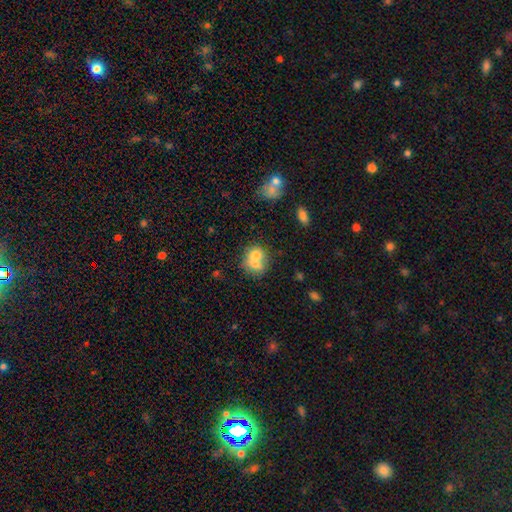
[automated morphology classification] smooth_or_featured: smooth (p=0.68) [alt: featured or disk p=0.22]
how_rounded: round (p=0.63) [alt: in between p=0.36]
merging: merger (p=0.65) [alt: none p=0.24]